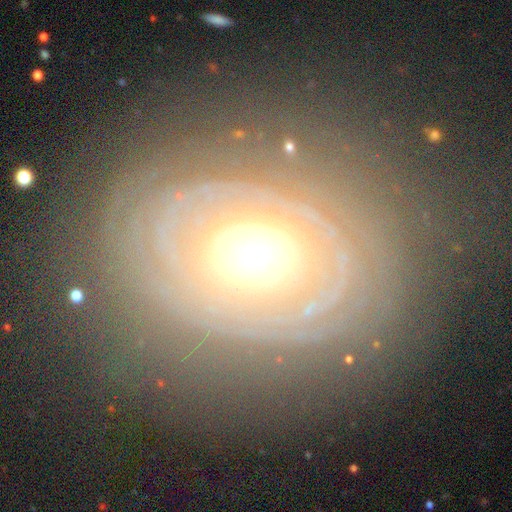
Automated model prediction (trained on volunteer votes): smooth-or-featured: featured or disk: 77% | smooth: 16% | star or artifact: 7%
  disk-edge-on: no: 94% | yes: 6%
    bar: no: 83% | weak: 11% | strong: 5%
    has-spiral-arms: yes: 66% | no: 34%
    bulge-size: moderate: 63% | large: 19% | small: 14% | dominant: 3% | none: 1%
  merging: none: 74% | minor disturbance: 15% | major disturbance: 9% | merger: 2%